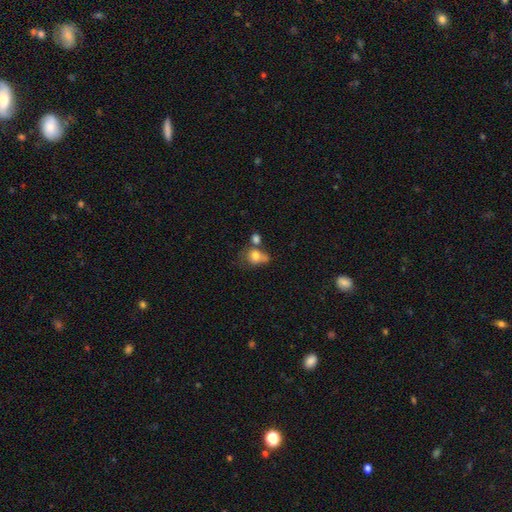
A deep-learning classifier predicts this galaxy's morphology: Smooth or featured? Predicted: smooth (p=0.73). How rounded? Predicted: in between (p=0.50). Merging? Predicted: merger (p=0.37).